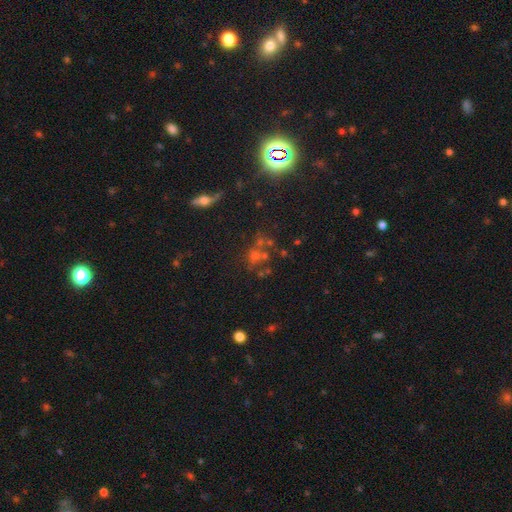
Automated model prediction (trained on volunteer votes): smooth_or_featured: smooth (p=0.38) [alt: star or artifact p=0.37]
merging: none (p=0.47) [alt: merger p=0.30]